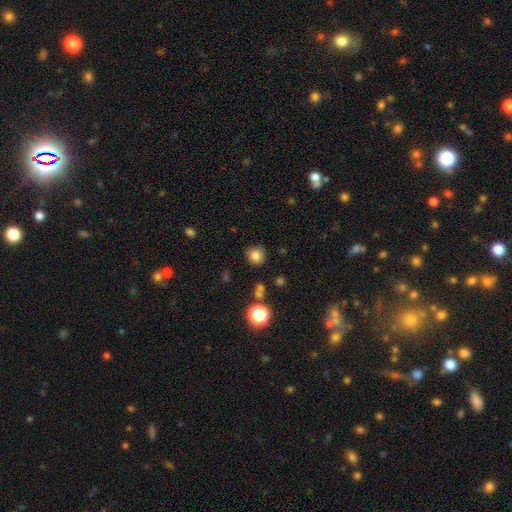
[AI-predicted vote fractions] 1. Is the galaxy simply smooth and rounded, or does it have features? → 81% smooth, 13% star or artifact, 6% featured or disk.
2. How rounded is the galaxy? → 87% round, 12% in between, 1% cigar-shaped.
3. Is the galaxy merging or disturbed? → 83% none, 11% minor disturbance, 3% major disturbance, 3% merger.